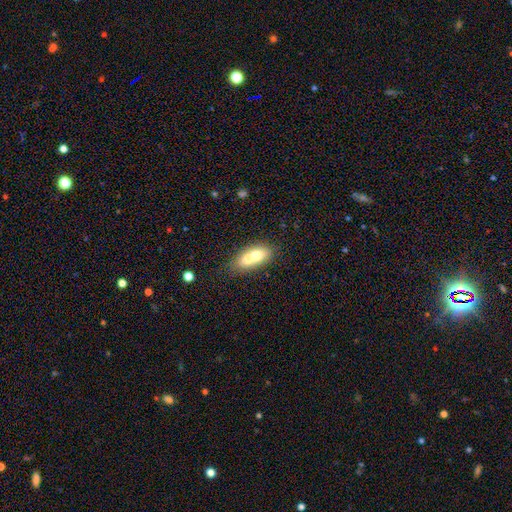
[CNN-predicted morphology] Smooth or featured?
  - smooth: 65% *
  - featured or disk: 28%
  - star or artifact: 8%
How rounded?
  - in between: 79% *
  - round: 14%
  - cigar-shaped: 7%
Merging?
  - merger: 67% *
  - none: 23%
  - minor disturbance: 7%
  - major disturbance: 3%